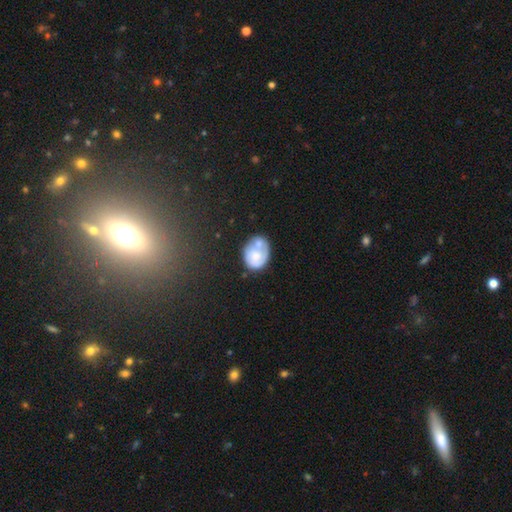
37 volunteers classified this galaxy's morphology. Overall: smooth (62%; featured or disk 32%). How rounded: in between (74%). Merging: merger (43%; none 26%).